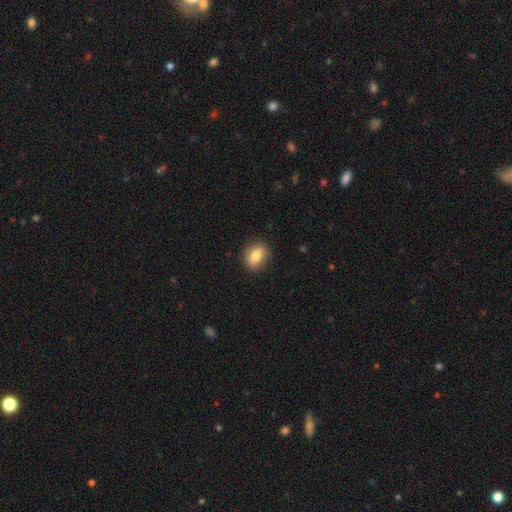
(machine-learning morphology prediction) smooth-or-featured: smooth: 78% | featured or disk: 14% | star or artifact: 8%
  how-rounded: in between: 62% | round: 36% | cigar-shaped: 3%
  merging: none: 87% | minor disturbance: 9% | major disturbance: 2% | merger: 1%